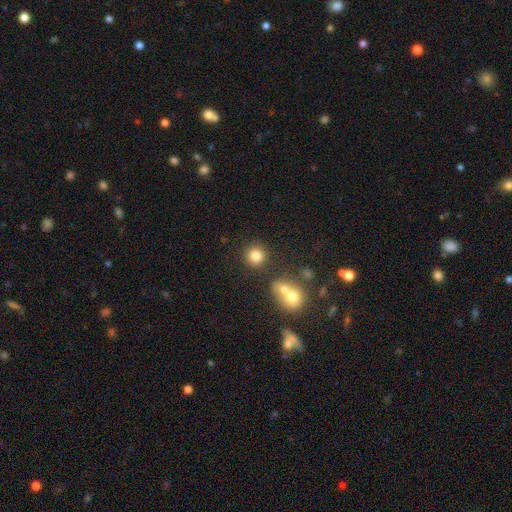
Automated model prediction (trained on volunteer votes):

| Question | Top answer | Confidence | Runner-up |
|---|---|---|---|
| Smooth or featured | smooth | 81% | star or artifact (12%) |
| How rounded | round | 90% | in between (9%) |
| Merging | none | 79% | merger (10%) |